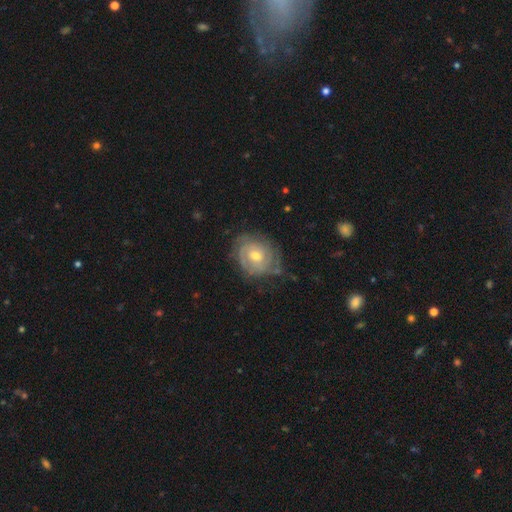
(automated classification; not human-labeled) Morphology: type=featured or disk (80%); edge-on=no (97%); bar=no (62%); spiral arms=yes (91%); winding=tight (74%); arm count=can't tell (39%); bulge=moderate (67%); merging=none (68%).